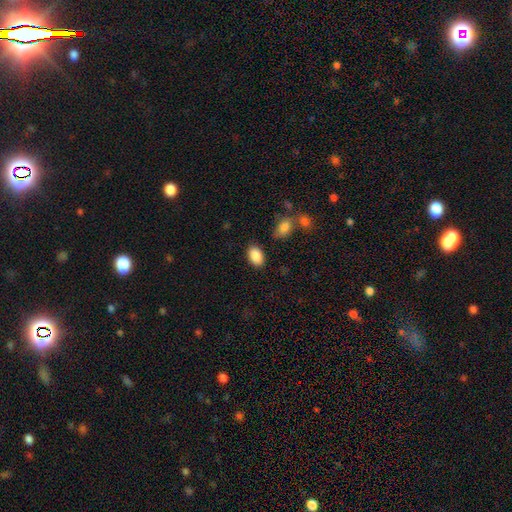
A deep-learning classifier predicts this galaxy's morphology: Smooth or featured? smooth (89%)
How rounded? in between (90%)
Merging? none (85%)